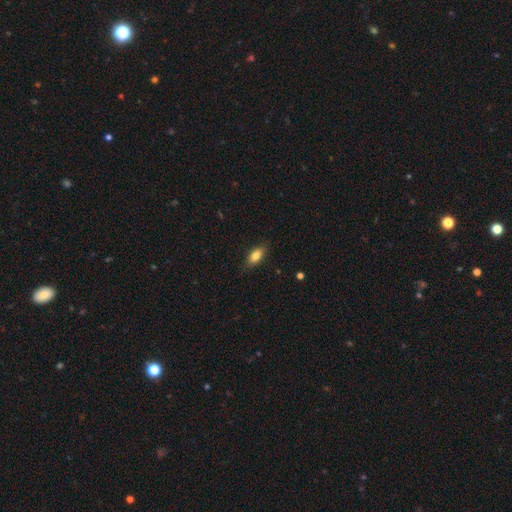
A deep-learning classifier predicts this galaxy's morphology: Smooth or featured?
  - smooth: 81% *
  - featured or disk: 11%
  - star or artifact: 8%
How rounded?
  - in between: 87% *
  - cigar-shaped: 9%
  - round: 4%
Merging?
  - none: 85% *
  - minor disturbance: 12%
  - major disturbance: 3%
  - merger: 1%